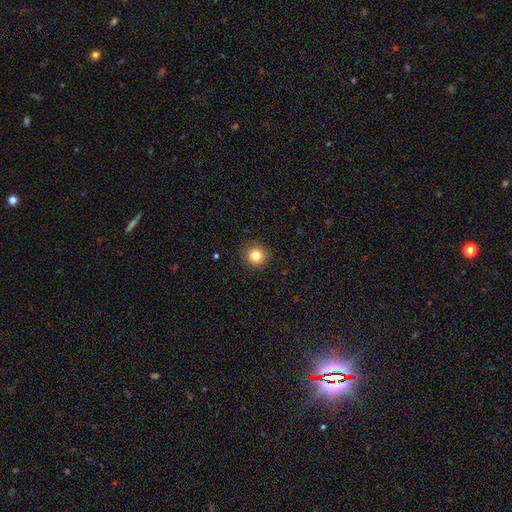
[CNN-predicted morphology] smooth-or-featured: smooth: 81% | star or artifact: 12% | featured or disk: 7%
  how-rounded: round: 94% | in between: 5% | cigar-shaped: 1%
  merging: none: 92% | minor disturbance: 5% | major disturbance: 2% | merger: 1%